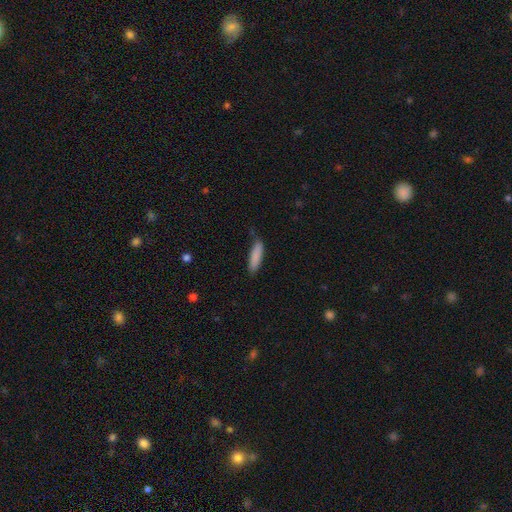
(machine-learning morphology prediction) Smooth or featured? Predicted: smooth (p=0.86). How rounded? Predicted: cigar-shaped (p=0.70). Merging? Predicted: none (p=0.74).